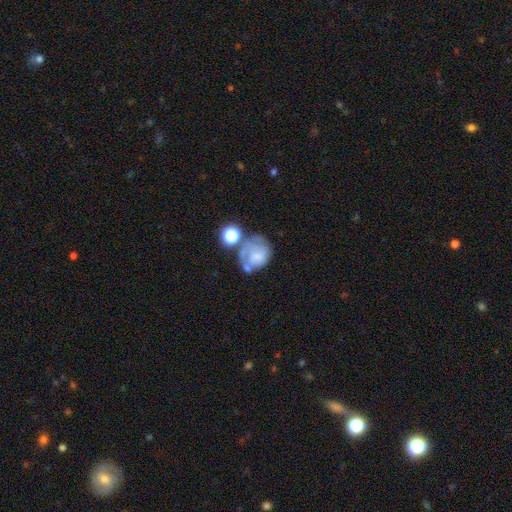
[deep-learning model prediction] Smooth or featured? featured or disk (47%)
Merging? none (34%)